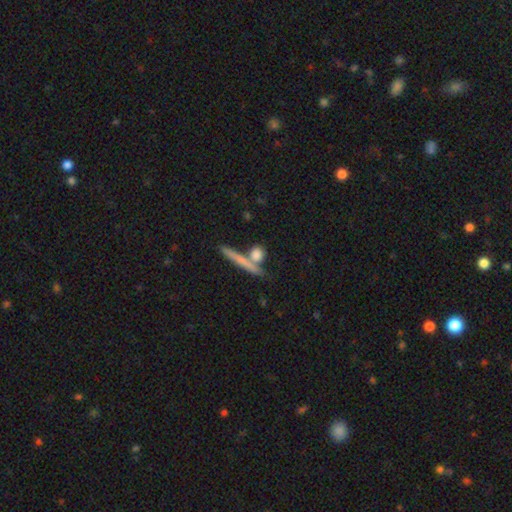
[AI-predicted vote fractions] Q: Smooth or featured?
A: smooth (73%); runner-up: featured or disk (18%)
Q: How rounded?
A: round (54%); runner-up: cigar-shaped (31%)
Q: Merging?
A: none (63%); runner-up: merger (22%)